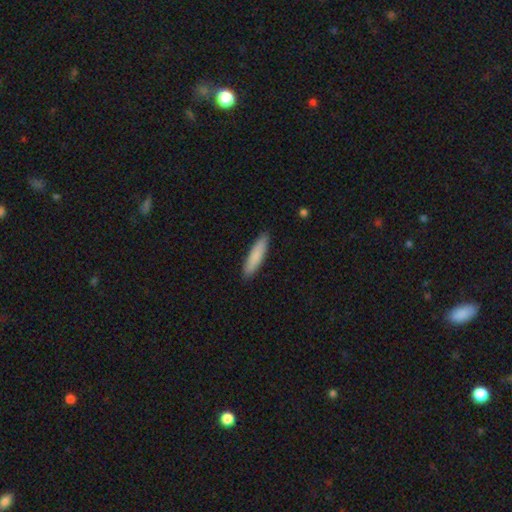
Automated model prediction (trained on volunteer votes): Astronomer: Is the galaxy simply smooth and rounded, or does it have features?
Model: smooth — 84%.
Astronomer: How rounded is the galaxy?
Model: cigar-shaped — 82%.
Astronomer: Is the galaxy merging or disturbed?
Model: none — 90%.